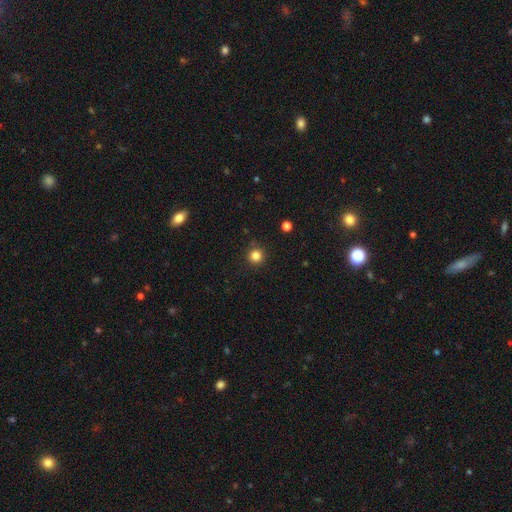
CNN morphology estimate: The model was most divided on "smooth or featured": smooth: 83%, star or artifact: 13%, featured or disk: 4%. More confident: how rounded — round (95%); merging — none (89%).